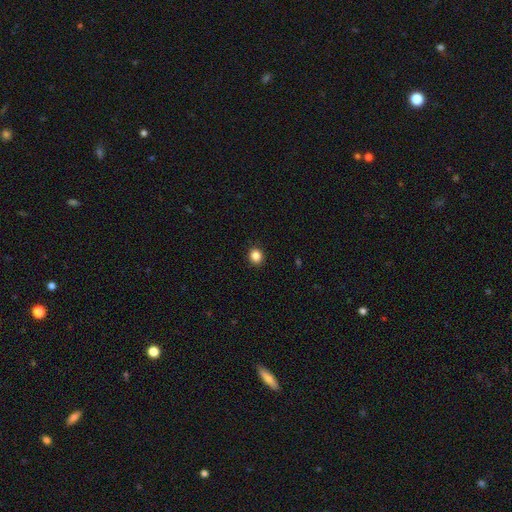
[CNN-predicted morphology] This appears to be a smooth galaxy with no disk features (86%) that is round (82%). Merging: none (92%).